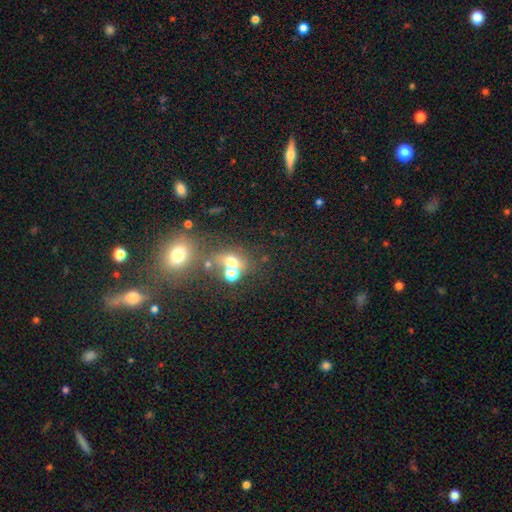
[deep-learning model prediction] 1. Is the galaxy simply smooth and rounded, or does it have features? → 45% smooth, 43% star or artifact, 11% featured or disk.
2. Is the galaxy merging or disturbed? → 57% none, 29% merger, 9% minor disturbance, 5% major disturbance.